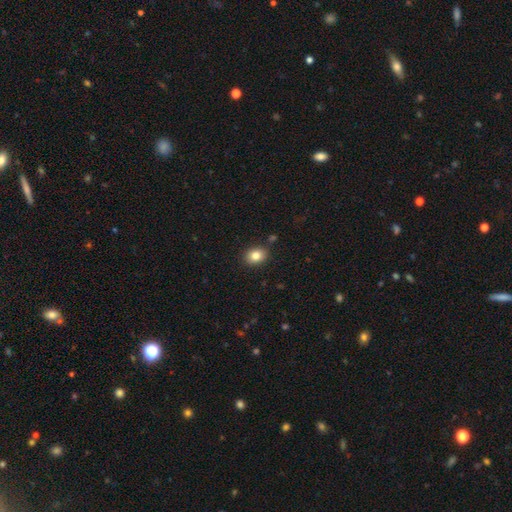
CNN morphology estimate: smooth_or_featured: smooth (p=0.84) [alt: star or artifact p=0.09]
how_rounded: in between (p=0.59) [alt: round p=0.40]
merging: none (p=0.85) [alt: minor disturbance p=0.10]